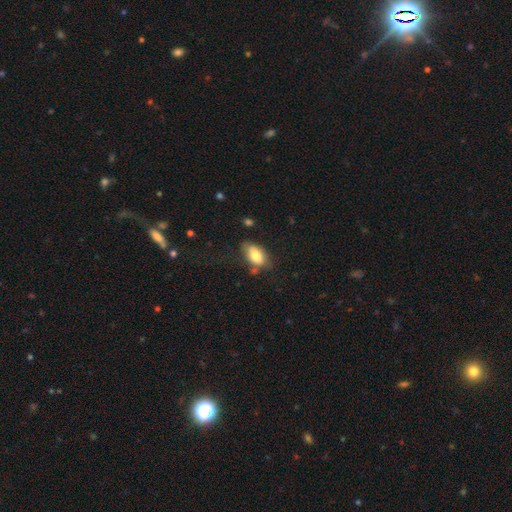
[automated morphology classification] Smooth or featured: smooth — 78% (featured or disk — 15%)
How rounded: in between — 91% (round — 6%)
Merging: none — 62% (minor disturbance — 25%)